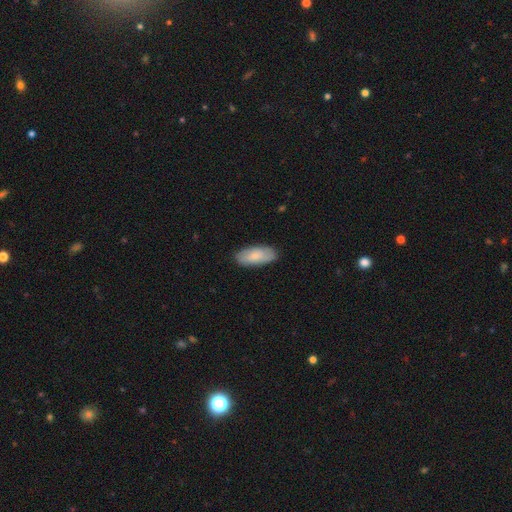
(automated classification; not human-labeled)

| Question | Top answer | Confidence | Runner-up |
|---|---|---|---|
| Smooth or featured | smooth | 70% | featured or disk (24%) |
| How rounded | in between | 87% | cigar-shaped (11%) |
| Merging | none | 84% | minor disturbance (13%) |